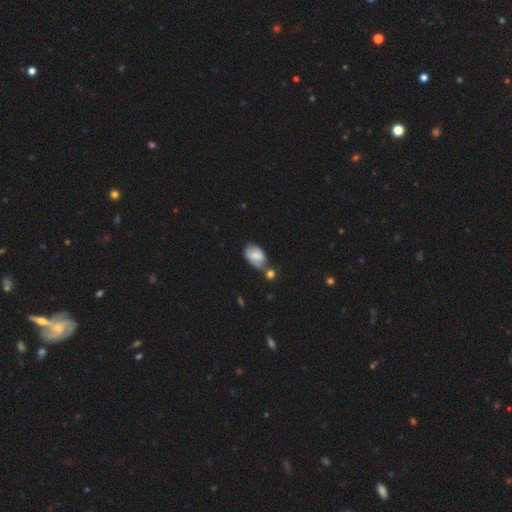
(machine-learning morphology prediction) Q: Smooth or featured?
A: smooth (63%); runner-up: featured or disk (29%)
Q: How rounded?
A: in between (84%); runner-up: round (14%)
Q: Merging?
A: none (35%); runner-up: merger (34%)